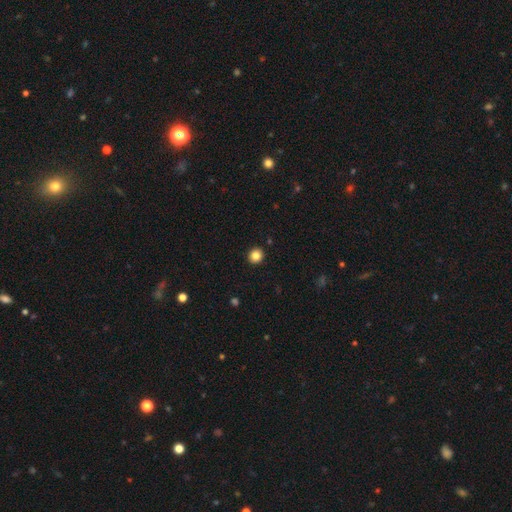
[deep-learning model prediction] A smooth galaxy with no disk features (85%) that is round (91%). Merging: none (93%).